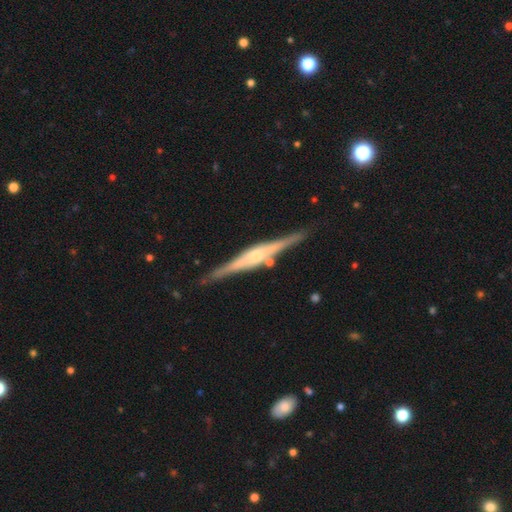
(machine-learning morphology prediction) This appears to be a featured or disk galaxy (80%) viewed edge-on (98%) with a rounded central bulge (70%). Merging: none (84%).